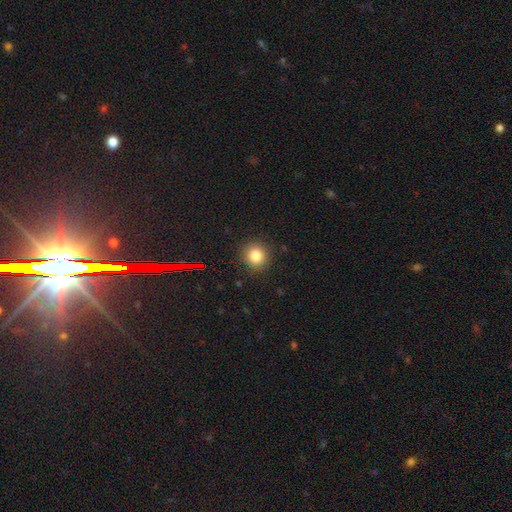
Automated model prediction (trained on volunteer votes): smooth-or-featured: smooth: 82% | star or artifact: 12% | featured or disk: 6%
  how-rounded: round: 90% | in between: 9% | cigar-shaped: 1%
  merging: none: 89% | minor disturbance: 7% | major disturbance: 2% | merger: 1%